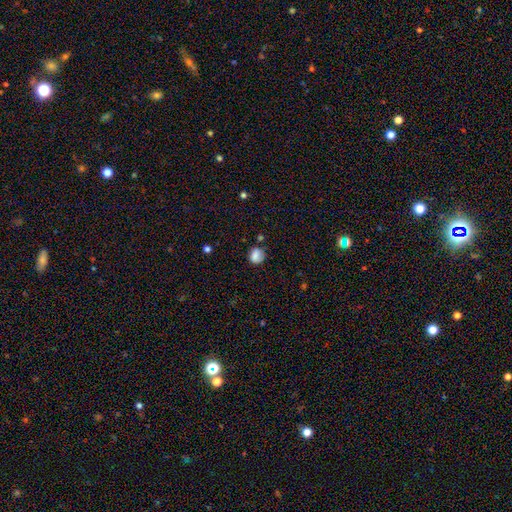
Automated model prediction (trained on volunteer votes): Overall: smooth (81%). How rounded: round (73%). Merging: none (66%).